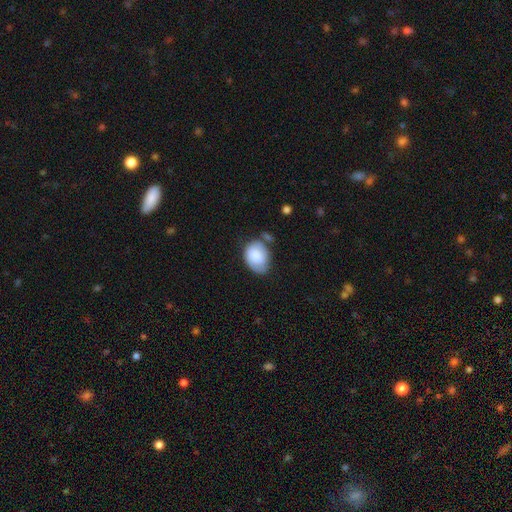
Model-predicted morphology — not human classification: A smooth galaxy with no disk features (69%) that is in between round and cigar-shaped (74%). Merging: none (51%).